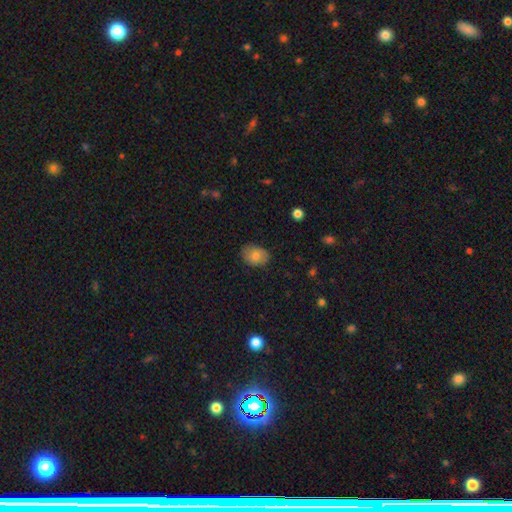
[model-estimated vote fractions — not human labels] Smooth or featured? smooth (78%)
How rounded? in between (64%)
Merging? none (79%)